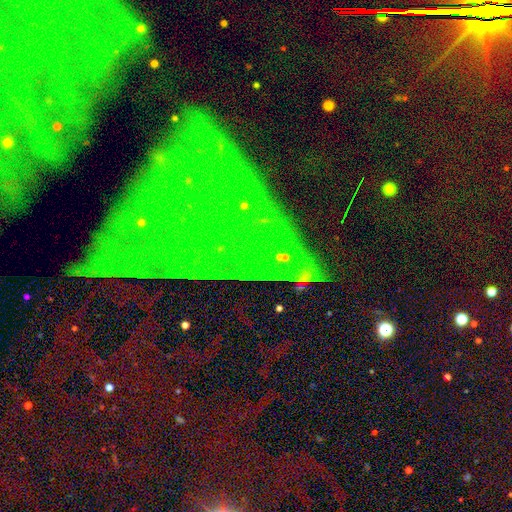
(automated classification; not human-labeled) Q: Smooth or featured?
A: star or artifact (81%); runner-up: featured or disk (9%)